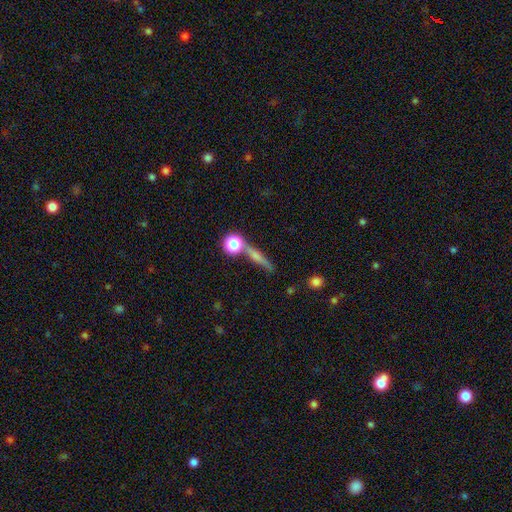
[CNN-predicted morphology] Q: Smooth or featured?
A: smooth (46%); runner-up: featured or disk (41%)
Q: Merging?
A: none (72%); runner-up: merger (13%)